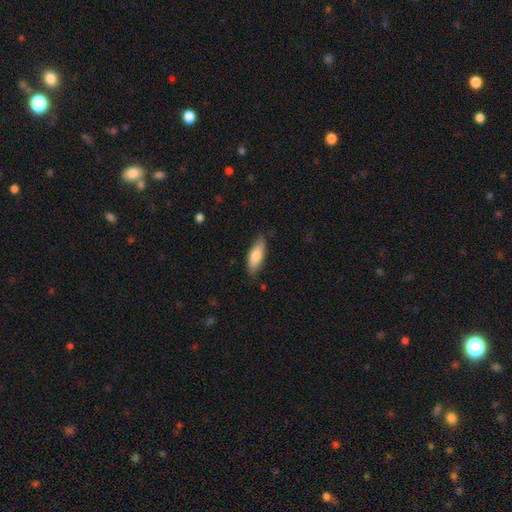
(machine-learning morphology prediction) Smooth or featured: smooth — 78% (featured or disk — 17%)
How rounded: in between — 62% (cigar-shaped — 37%)
Merging: none — 80% (minor disturbance — 16%)